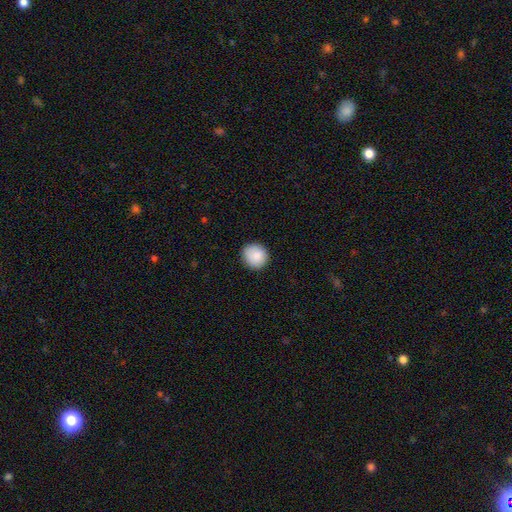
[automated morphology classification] Smooth or featured?
  - smooth: 88% *
  - star or artifact: 7%
  - featured or disk: 5%
How rounded?
  - round: 89% *
  - in between: 10%
  - cigar-shaped: 1%
Merging?
  - none: 89% *
  - minor disturbance: 8%
  - major disturbance: 2%
  - merger: 1%